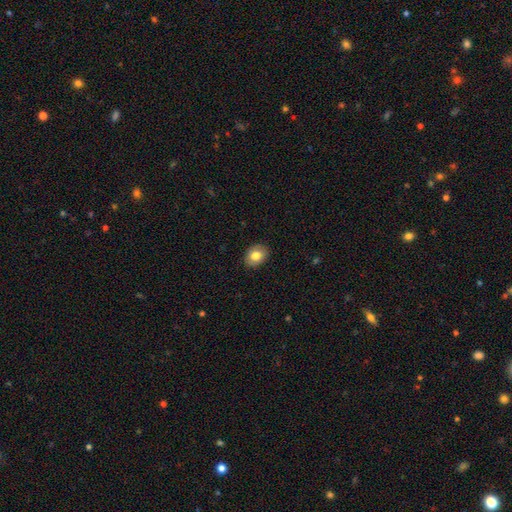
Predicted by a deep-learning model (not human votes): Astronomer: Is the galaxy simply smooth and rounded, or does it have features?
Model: smooth — 79%.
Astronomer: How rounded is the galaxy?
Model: in between — 63%.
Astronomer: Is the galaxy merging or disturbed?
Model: none — 88%.